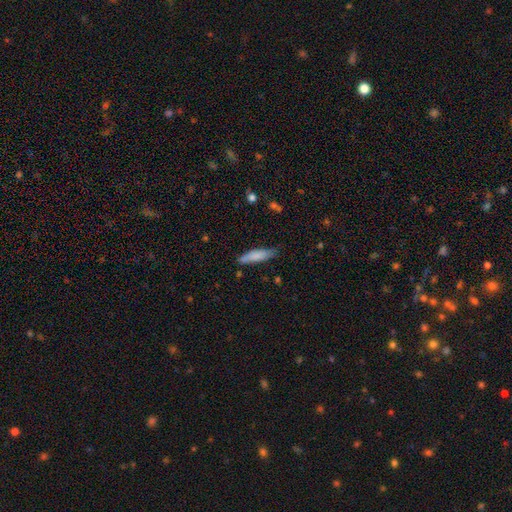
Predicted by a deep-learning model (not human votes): This appears to be a smooth galaxy with no disk features (80%) that is cigar-shaped (72%). Merging: none (74%).